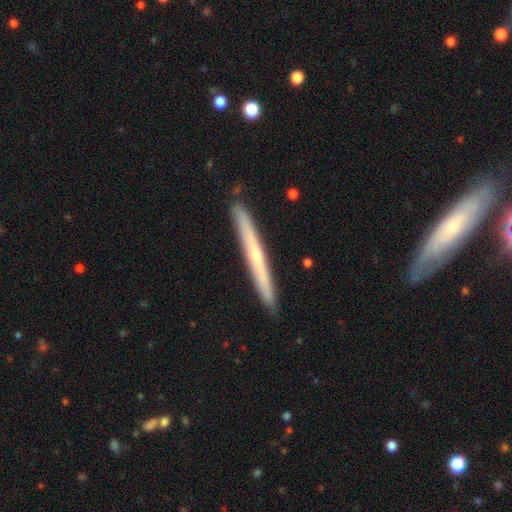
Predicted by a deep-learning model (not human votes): A featured or disk galaxy (64%) viewed edge-on (96%) with a rounded central bulge (53%).

Vote fractions:
- Smooth or featured? featured or disk: 64% / smooth: 31% / star or artifact: 6%
- Edge-on disk? yes: 96% / no: 4%
- Edge-on bulge? rounded: 53% / none: 44% / boxy: 2%
- Merging? none: 91% / minor disturbance: 7% / major disturbance: 1% / merger: 1%